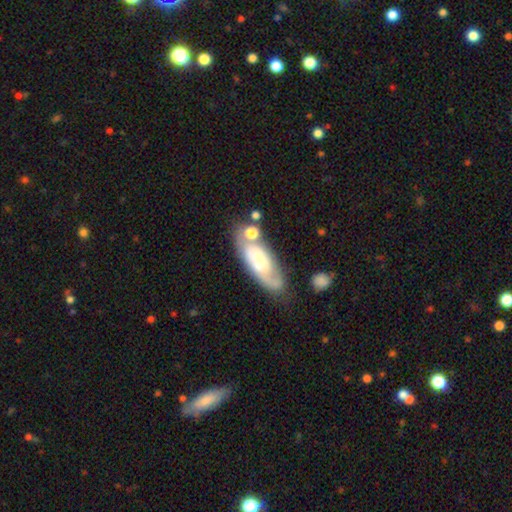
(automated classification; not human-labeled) The model was most divided on "bulge size": small: 30%, moderate: 29%, large: 19%, none: 18%, dominant: 4%. More confident: edge-on disk — no (85%); spiral arms — yes (85%); bar — no (62%); smooth or featured — featured or disk (60%); merging — none (59%).